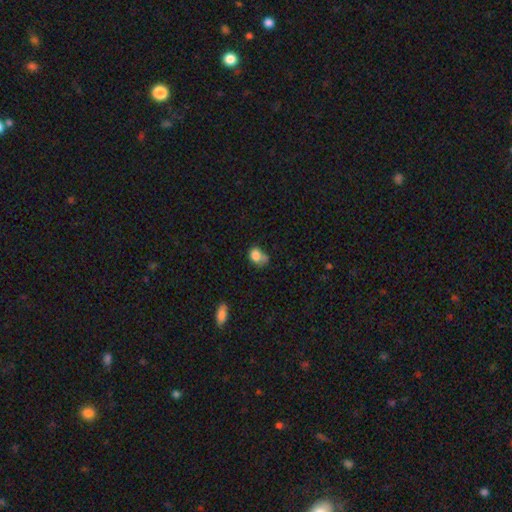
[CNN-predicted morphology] Smooth or featured? Predicted: smooth (p=0.79). How rounded? Predicted: in between (p=0.58). Merging? Predicted: none (p=0.34).